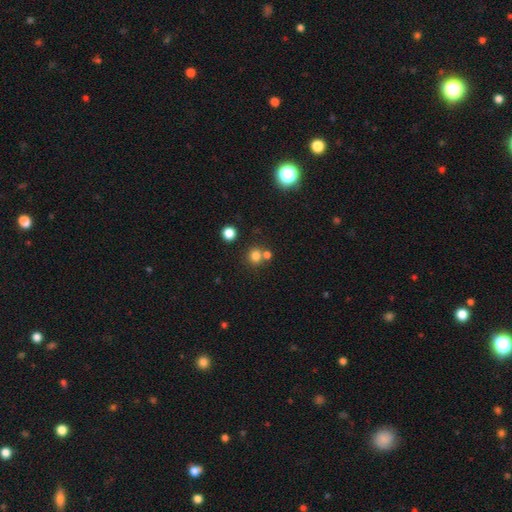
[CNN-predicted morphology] This appears to be a smooth galaxy with no disk features (77%) that is round (87%). Merging: none (61%).